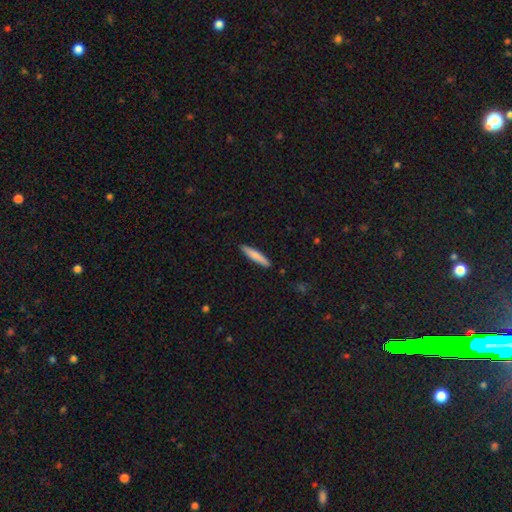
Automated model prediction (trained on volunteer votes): Smooth or featured? Predicted: smooth (p=0.77). How rounded? Predicted: cigar-shaped (p=0.91). Merging? Predicted: none (p=0.90).